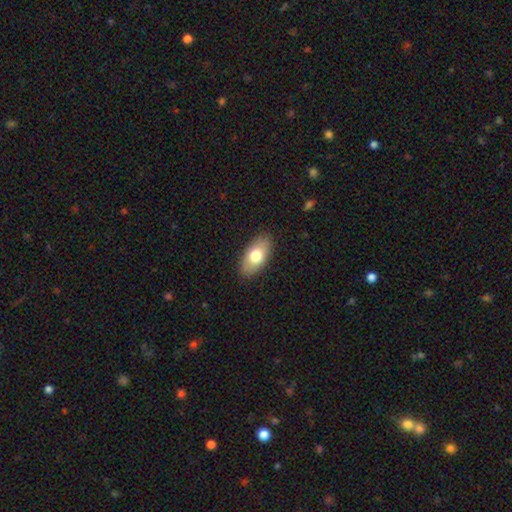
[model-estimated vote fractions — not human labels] Overall: smooth (73%). How rounded: in between (92%). Merging: none (87%).